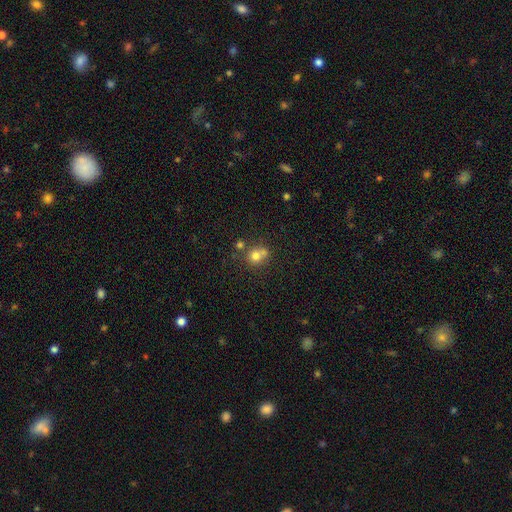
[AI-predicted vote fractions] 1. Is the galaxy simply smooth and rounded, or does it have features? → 73% smooth, 14% featured or disk, 13% star or artifact.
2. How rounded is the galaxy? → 82% round, 17% in between, 1% cigar-shaped.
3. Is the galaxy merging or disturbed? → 44% none, 42% merger, 10% minor disturbance, 4% major disturbance.